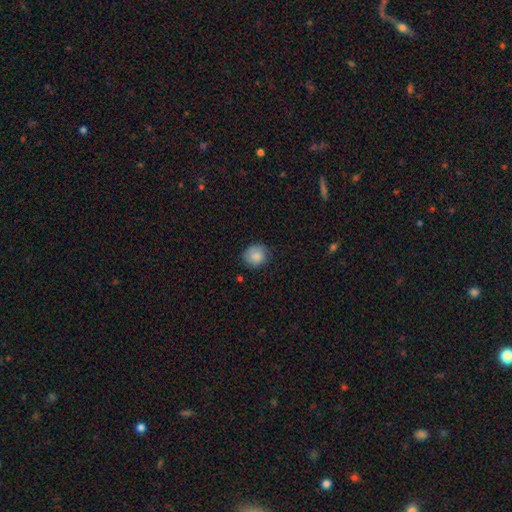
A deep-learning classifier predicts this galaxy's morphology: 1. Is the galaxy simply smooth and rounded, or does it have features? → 83% smooth, 9% featured or disk, 8% star or artifact.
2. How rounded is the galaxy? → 80% round, 19% in between, 1% cigar-shaped.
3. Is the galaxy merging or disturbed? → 78% none, 17% minor disturbance, 4% major disturbance, 1% merger.